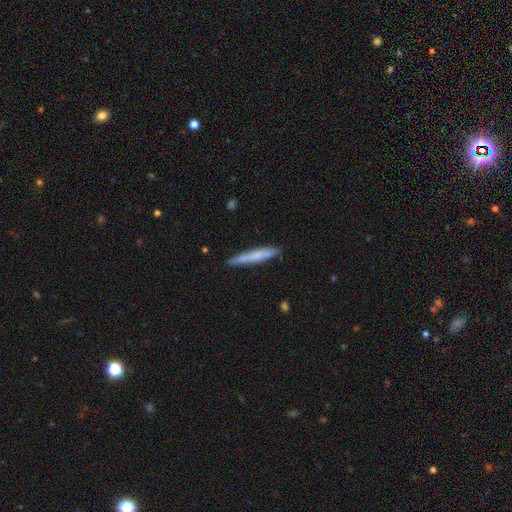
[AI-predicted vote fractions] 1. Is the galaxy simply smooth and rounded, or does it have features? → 69% smooth, 25% featured or disk, 6% star or artifact.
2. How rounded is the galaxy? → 95% cigar-shaped, 4% in between, 1% round.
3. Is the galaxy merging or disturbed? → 82% none, 14% minor disturbance, 2% major disturbance, 2% merger.